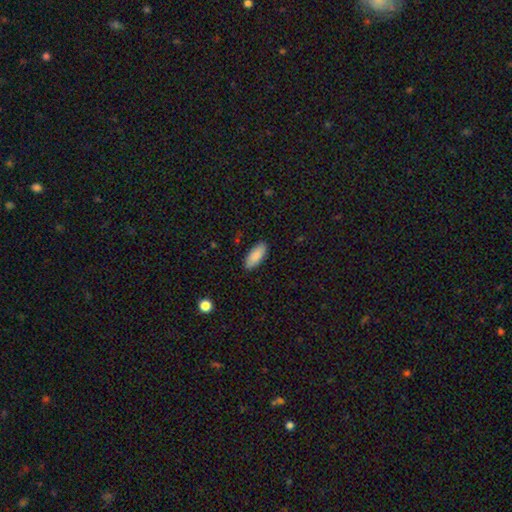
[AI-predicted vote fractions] This is clearly a smooth galaxy (89%). How rounded: clearly in between (83%). Merging: clearly none (88%).